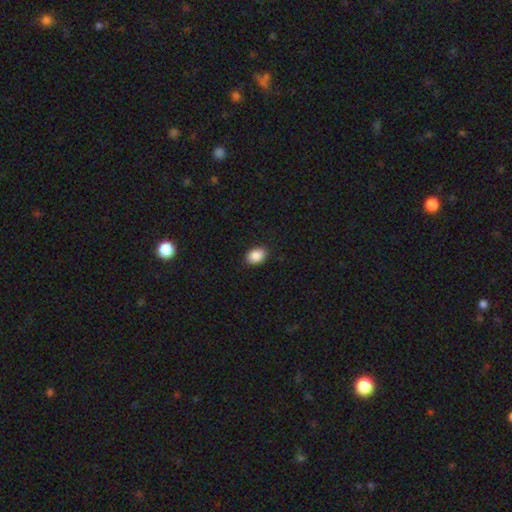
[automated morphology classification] Smooth or featured? Predicted: smooth (p=0.89). How rounded? Predicted: in between (p=0.80). Merging? Predicted: none (p=0.89).